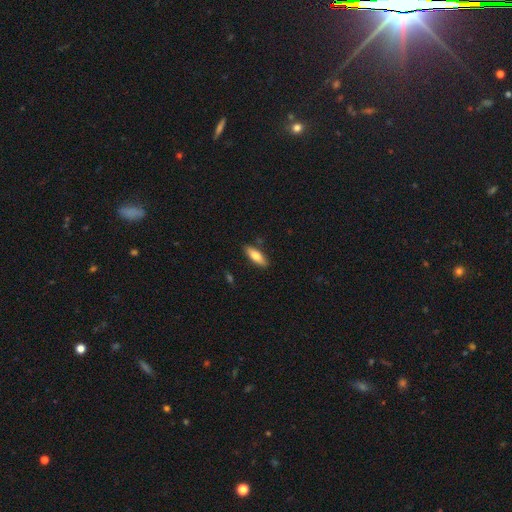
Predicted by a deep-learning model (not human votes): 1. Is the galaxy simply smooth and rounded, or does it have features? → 71% smooth, 23% featured or disk, 6% star or artifact.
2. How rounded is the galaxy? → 56% in between, 42% cigar-shaped, 2% round.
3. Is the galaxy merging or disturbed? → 85% none, 11% minor disturbance, 2% major disturbance, 2% merger.